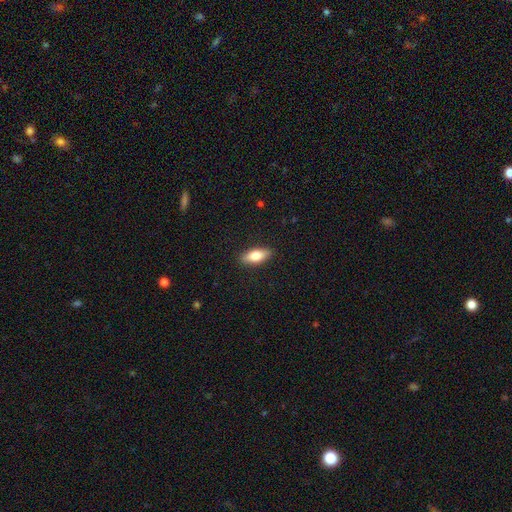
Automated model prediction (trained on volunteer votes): A smooth galaxy with no disk features (75%) that is in between round and cigar-shaped (76%). Merging: none (89%).